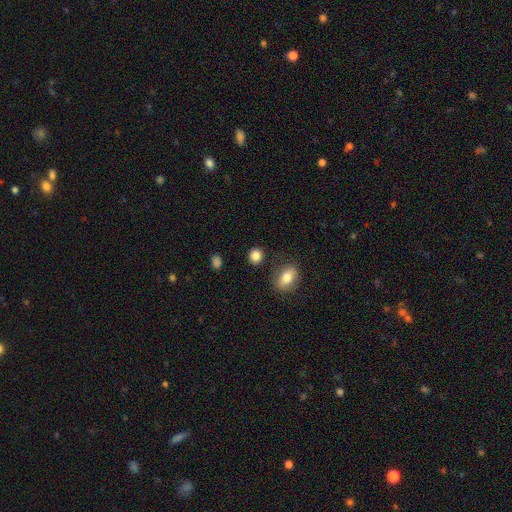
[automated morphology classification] Smooth or featured?
  - smooth: 86% *
  - star or artifact: 10%
  - featured or disk: 4%
How rounded?
  - round: 76% *
  - in between: 22%
  - cigar-shaped: 1%
Merging?
  - none: 84% *
  - minor disturbance: 9%
  - merger: 4%
  - major disturbance: 3%